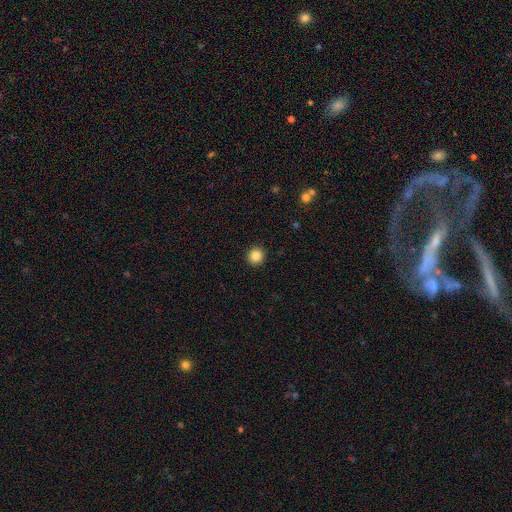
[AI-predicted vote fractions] smooth-or-featured: smooth: 85% | star or artifact: 11% | featured or disk: 5%
  how-rounded: round: 94% | in between: 5% | cigar-shaped: 1%
  merging: none: 93% | minor disturbance: 4% | major disturbance: 1% | merger: 1%